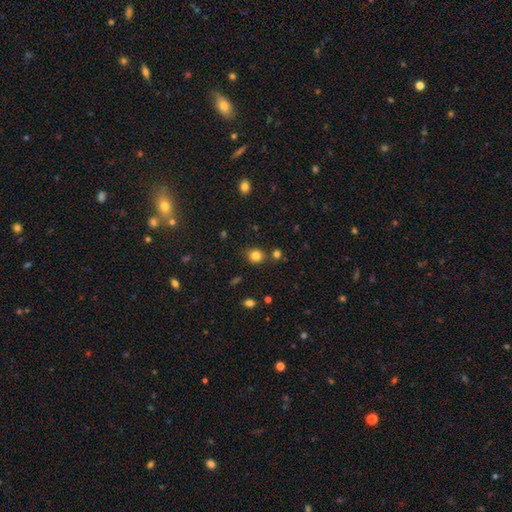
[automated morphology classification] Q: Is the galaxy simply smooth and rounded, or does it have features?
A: smooth — 82%.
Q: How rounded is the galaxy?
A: round — 80%.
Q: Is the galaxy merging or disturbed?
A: none — 80%.